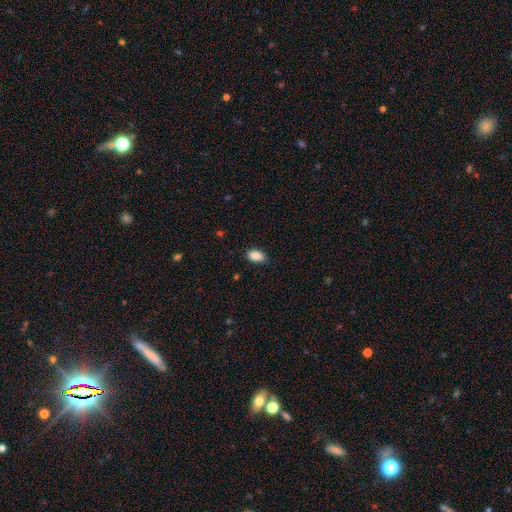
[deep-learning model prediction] A smooth galaxy with no disk features (89%) that is in between round and cigar-shaped (92%). Merging: none (85%).